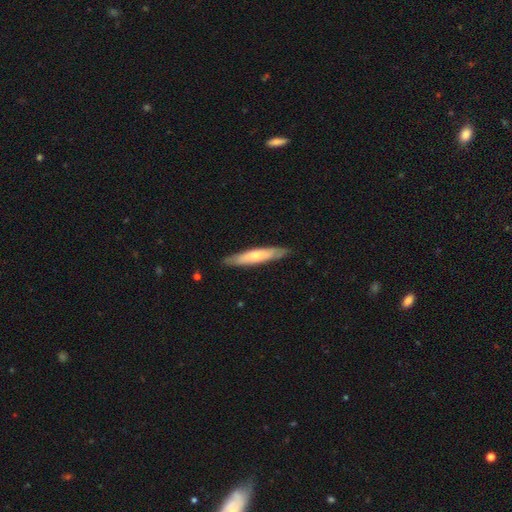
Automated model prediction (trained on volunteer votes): smooth-or-featured: smooth: 56% | featured or disk: 39% | star or artifact: 5%
  how-rounded: cigar-shaped: 87% | in between: 11% | round: 1%
  merging: none: 86% | minor disturbance: 11% | major disturbance: 2% | merger: 1%